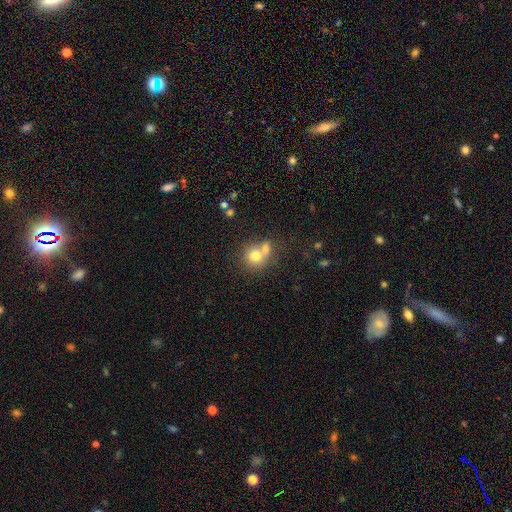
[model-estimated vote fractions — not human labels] Morphology: type=smooth (74%); roundness=round (84%); merging=merger (50%).